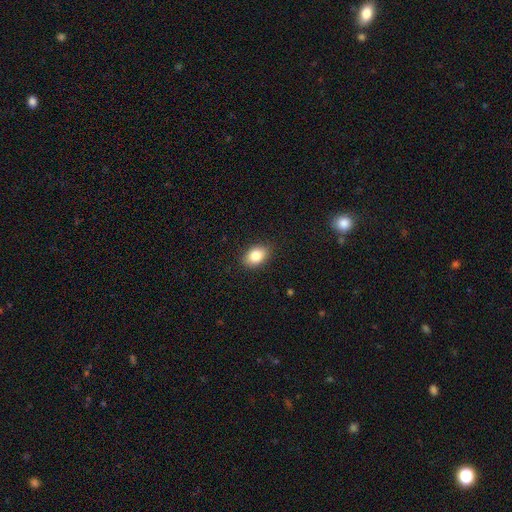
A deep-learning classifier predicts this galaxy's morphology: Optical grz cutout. It shows a smooth galaxy with no disk features (85%) that is in between round and cigar-shaped (84%). Merging: none (88%).